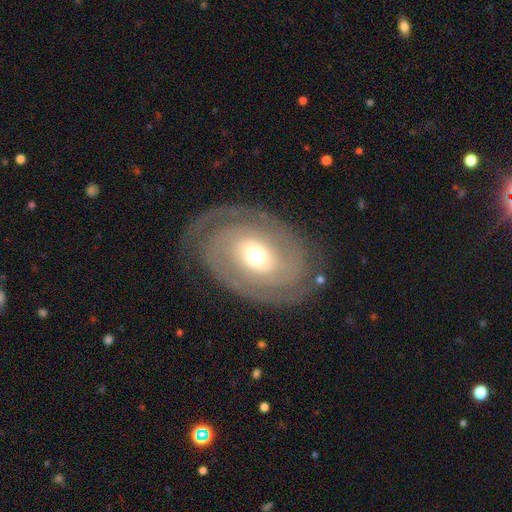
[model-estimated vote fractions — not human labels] Smooth or featured? Predicted: featured or disk (p=0.76). Edge-on disk? Predicted: no (p=0.95). Bar? Predicted: no (p=0.74). Spiral arms? Predicted: yes (p=0.76). Spiral winding? Predicted: tight (p=0.57). Spiral arm count? Predicted: 2 (p=0.63). Bulge size? Predicted: moderate (p=0.64). Merging? Predicted: none (p=0.74).